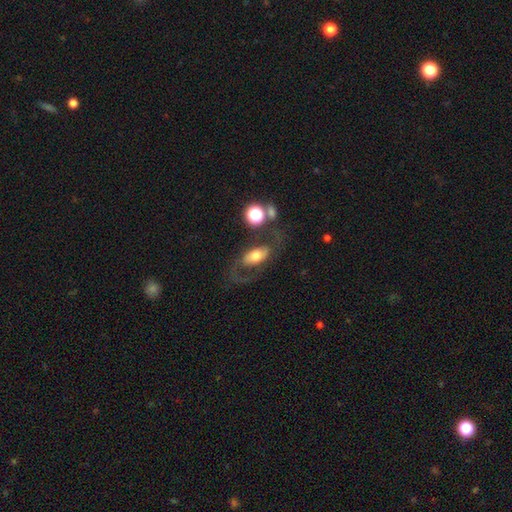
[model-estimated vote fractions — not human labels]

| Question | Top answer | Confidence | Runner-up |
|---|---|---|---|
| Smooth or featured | featured or disk | 51% | smooth (39%) |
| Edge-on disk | no | 89% | yes (11%) |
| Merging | none | 53% | major disturbance (24%) |